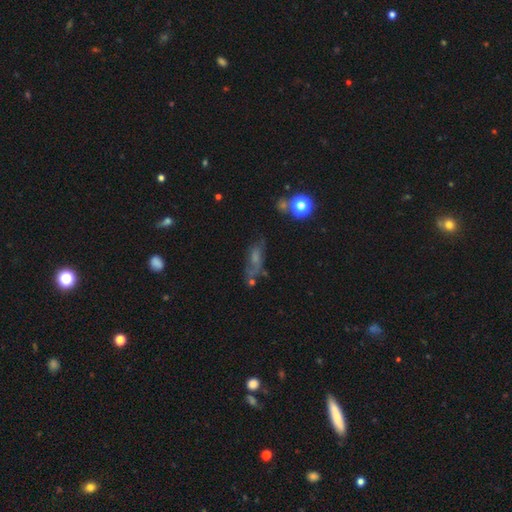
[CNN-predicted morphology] Smooth or featured: smooth — 37% (featured or disk — 36%)
Merging: none — 49% (minor disturbance — 21%)